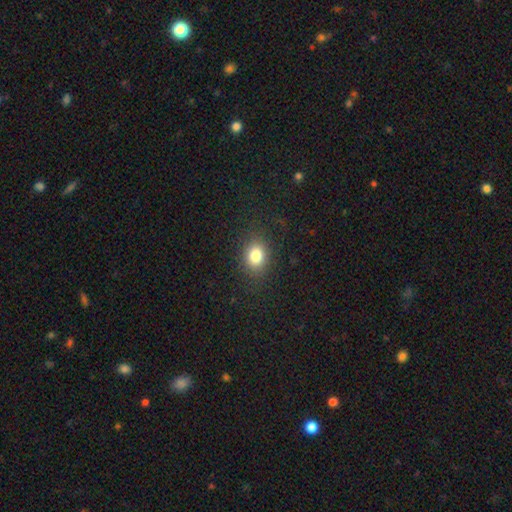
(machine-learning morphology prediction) A smooth galaxy with no disk features (81%) that is in between round and cigar-shaped (53%).

Vote fractions:
- Smooth or featured? smooth: 81% / star or artifact: 12% / featured or disk: 7%
- How rounded? in between: 53% / round: 46% / cigar-shaped: 1%
- Merging? none: 84% / minor disturbance: 10% / major disturbance: 5% / merger: 1%